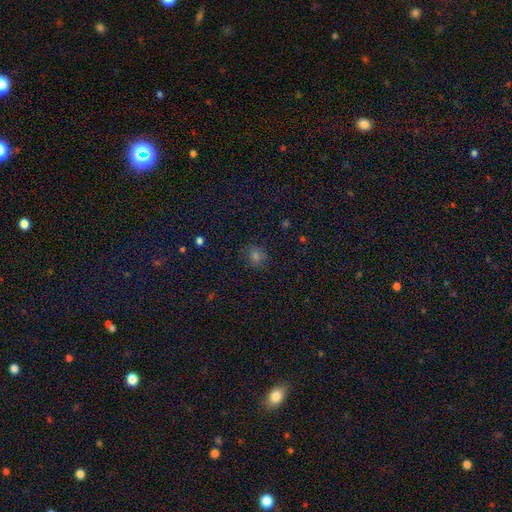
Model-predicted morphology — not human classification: smooth_or_featured: smooth (p=0.67) [alt: star or artifact p=0.25]
how_rounded: round (p=0.81) [alt: in between p=0.18]
merging: none (p=0.85) [alt: minor disturbance p=0.11]